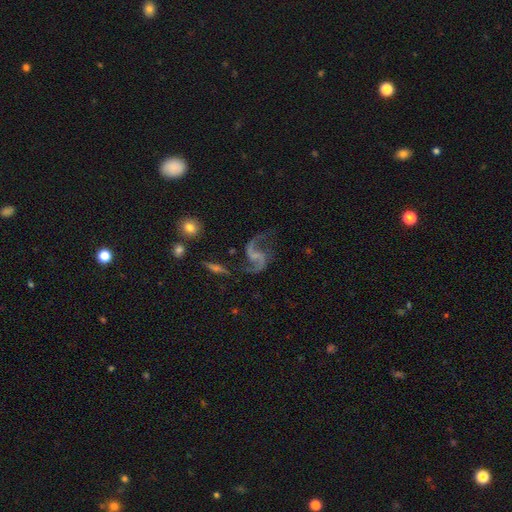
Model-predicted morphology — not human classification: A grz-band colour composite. It shows a featured or disk galaxy (91%) with a weak bar (43%), 2 (93%) loose (74%) spiral arms (97%) and no central bulge (53%). Merging: none (66%).